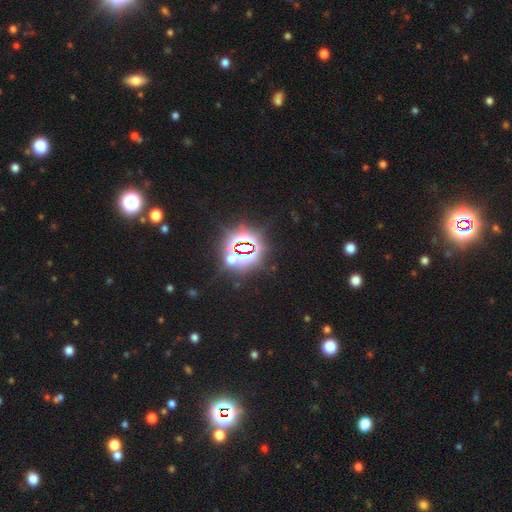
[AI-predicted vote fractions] The model was most divided on "smooth or featured": star or artifact: 81%, smooth: 12%, featured or disk: 7%.